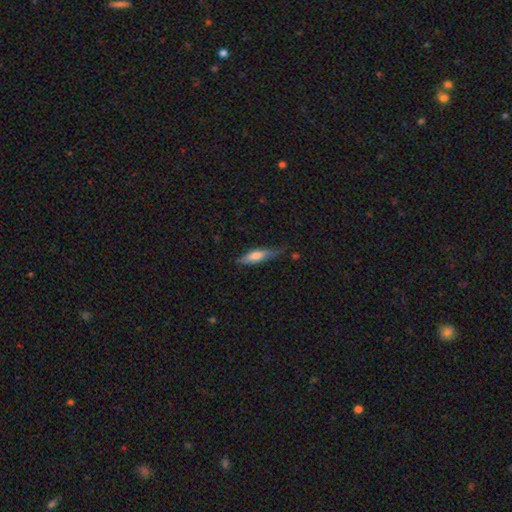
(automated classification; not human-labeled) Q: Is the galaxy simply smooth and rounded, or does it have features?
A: smooth — 59%.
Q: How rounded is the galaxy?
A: cigar-shaped — 65%.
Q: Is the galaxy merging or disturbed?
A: none — 63%.